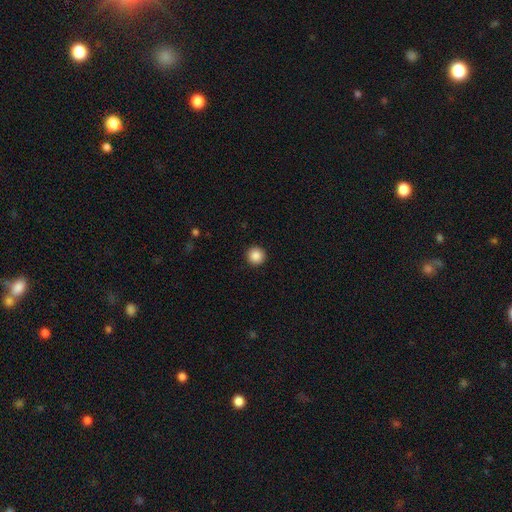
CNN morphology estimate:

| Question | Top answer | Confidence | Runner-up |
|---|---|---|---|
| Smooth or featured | smooth | 88% | star or artifact (9%) |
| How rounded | round | 96% | in between (3%) |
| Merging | none | 93% | minor disturbance (4%) |